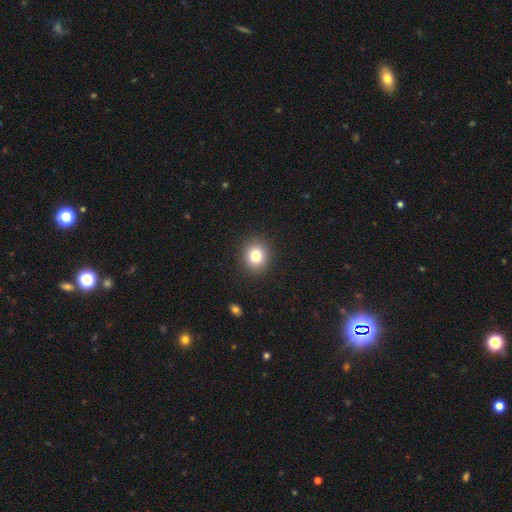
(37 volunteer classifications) Smooth or featured: smooth — 81% (featured or disk — 14%)
How rounded: round — 87% (in between — 13%)
Merging: none — 83% (minor disturbance — 14%)